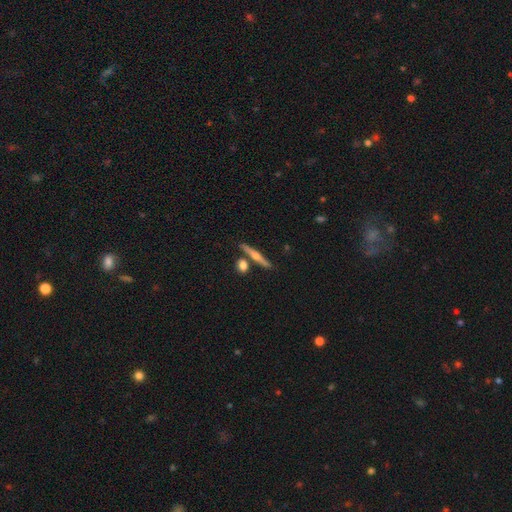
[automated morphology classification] smooth-or-featured: featured or disk: 62% | smooth: 31% | star or artifact: 7%
  disk-edge-on: yes: 96% | no: 4%
    edge-on-bulge: rounded: 87% | none: 8% | boxy: 5%
  merging: none: 79% | merger: 10% | minor disturbance: 8% | major disturbance: 2%